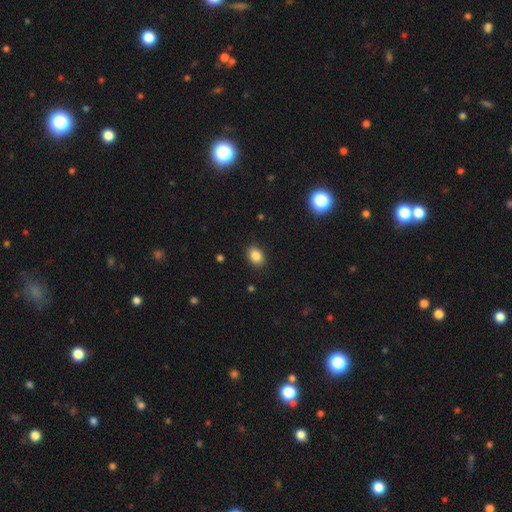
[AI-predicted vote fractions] This appears to be a smooth galaxy with no disk features (86%) that is in between round and cigar-shaped (70%). Merging: none (88%).